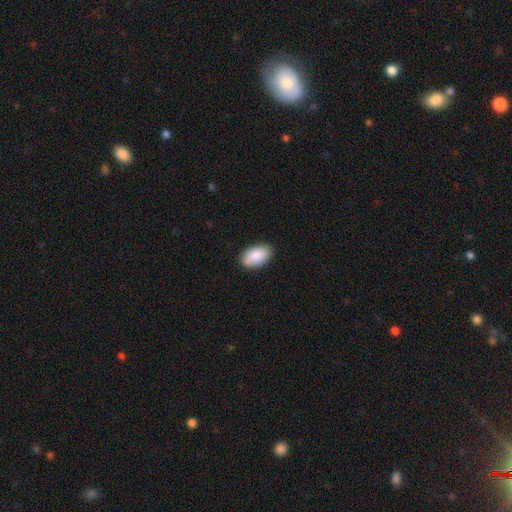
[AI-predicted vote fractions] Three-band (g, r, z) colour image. It shows a smooth galaxy with no disk features (88%) that is in between round and cigar-shaped (95%). Merging: none (87%).